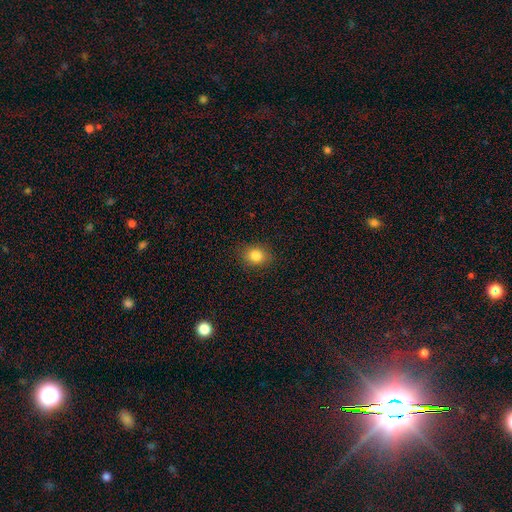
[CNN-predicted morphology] Overall: smooth (83%). How rounded: round (50%; in between 49%). Merging: none (87%).